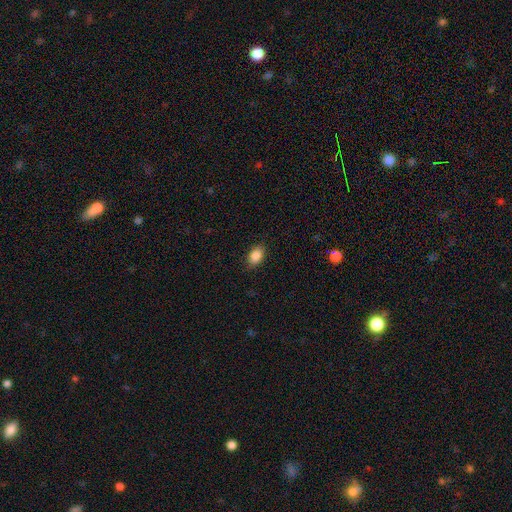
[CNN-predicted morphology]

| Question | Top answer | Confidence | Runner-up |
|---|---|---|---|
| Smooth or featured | smooth | 88% | star or artifact (8%) |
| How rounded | in between | 85% | round (13%) |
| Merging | none | 84% | minor disturbance (12%) |